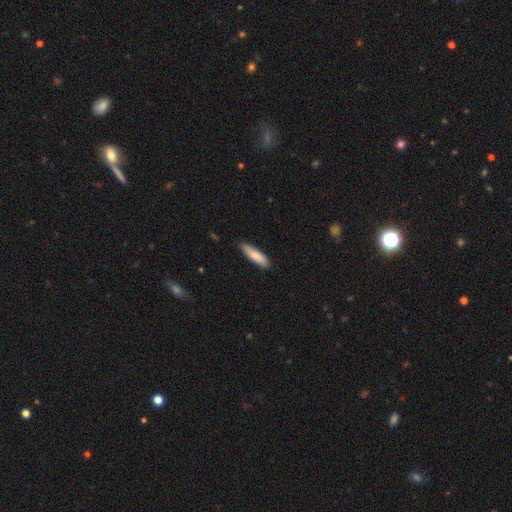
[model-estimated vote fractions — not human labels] Smooth or featured? smooth (83%)
How rounded? cigar-shaped (69%)
Merging? none (87%)